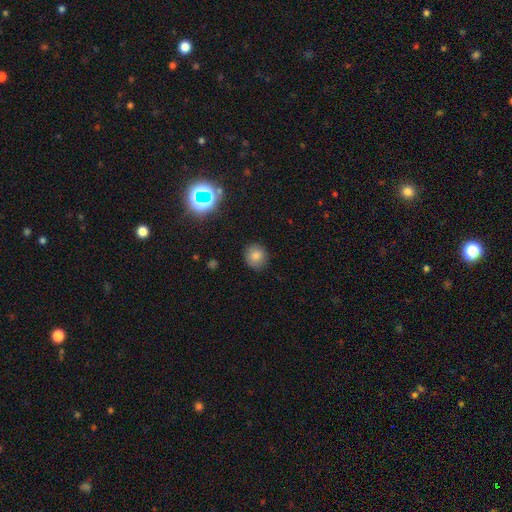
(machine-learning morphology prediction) This appears to be a smooth galaxy with no disk features (78%) that is round (86%). Merging: none (88%).